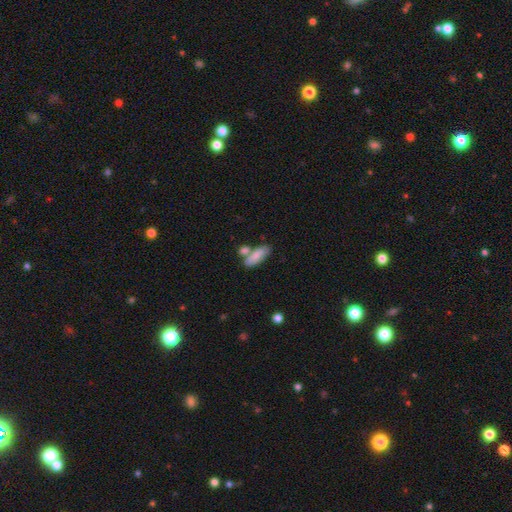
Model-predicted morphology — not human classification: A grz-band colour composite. It shows a smooth galaxy with no disk features (78%) that is in between round and cigar-shaped (69%). Merging: none (53%).